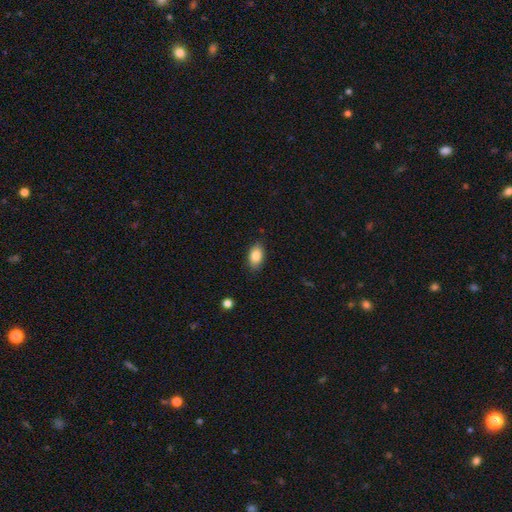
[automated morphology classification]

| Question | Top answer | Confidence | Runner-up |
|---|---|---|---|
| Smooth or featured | smooth | 86% | star or artifact (7%) |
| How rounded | in between | 90% | round (7%) |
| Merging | none | 84% | minor disturbance (13%) |